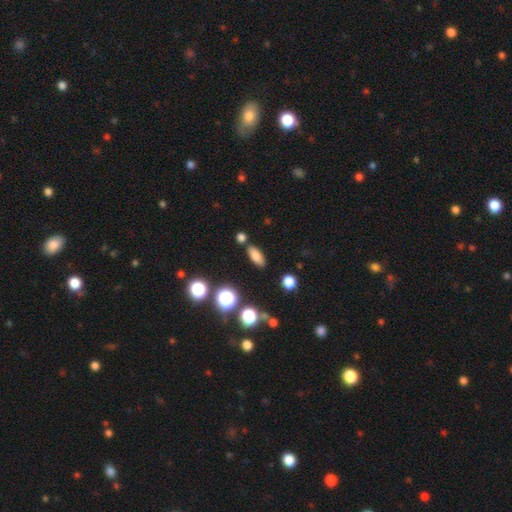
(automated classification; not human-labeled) This appears to be a smooth galaxy with no disk features (79%) that is in between round and cigar-shaped (76%). Merging: none (82%).